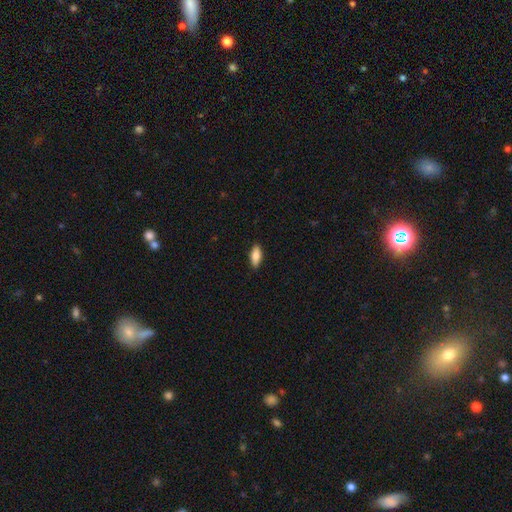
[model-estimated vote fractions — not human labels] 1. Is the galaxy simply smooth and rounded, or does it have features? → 83% smooth, 11% featured or disk, 6% star or artifact.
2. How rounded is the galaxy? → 81% in between, 17% cigar-shaped, 2% round.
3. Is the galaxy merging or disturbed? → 89% none, 9% minor disturbance, 2% major disturbance, 1% merger.